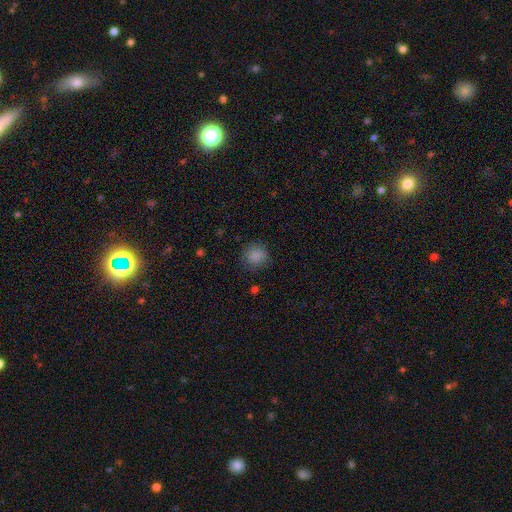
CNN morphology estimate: A smooth galaxy with no disk features (85%) that is round (88%).

Vote fractions:
- Smooth or featured? smooth: 85% / star or artifact: 11% / featured or disk: 4%
- How rounded? round: 88% / in between: 11% / cigar-shaped: 1%
- Merging? none: 80% / minor disturbance: 14% / major disturbance: 5% / merger: 1%